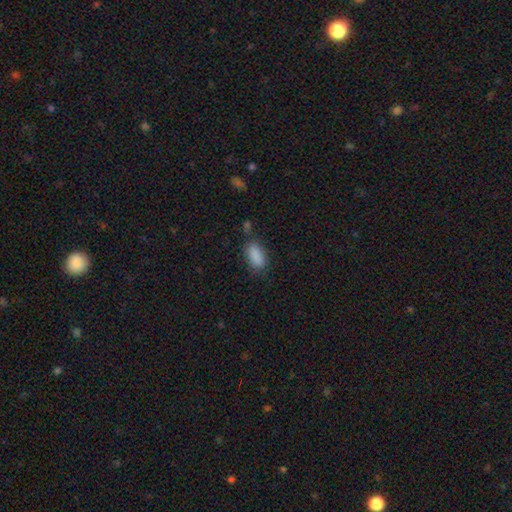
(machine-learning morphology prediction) smooth 87%, star or artifact 8%, featured or disk 4%. Down the decision tree: how rounded — in between (90%); merging — none (71%).